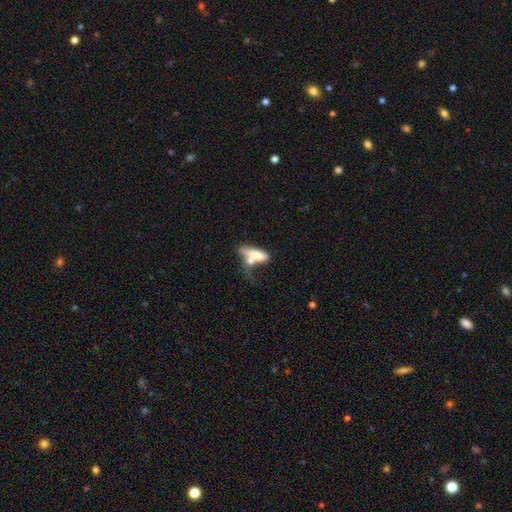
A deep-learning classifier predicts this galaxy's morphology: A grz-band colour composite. It shows a smooth galaxy with no disk features (64%) that is in between round and cigar-shaped (63%). Merging: merger (50%).